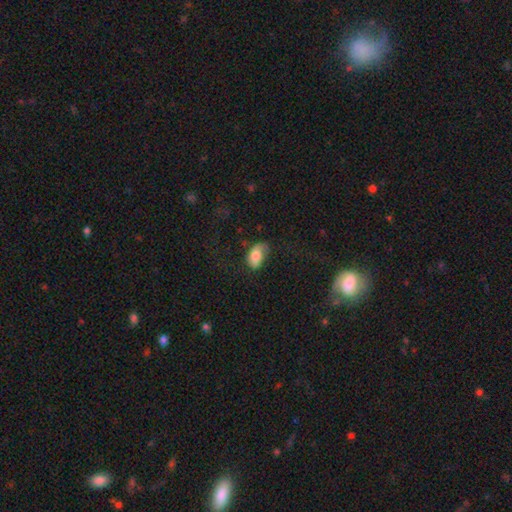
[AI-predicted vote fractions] Smooth or featured? Predicted: smooth (p=0.77). How rounded? Predicted: in between (p=0.92). Merging? Predicted: none (p=0.52).